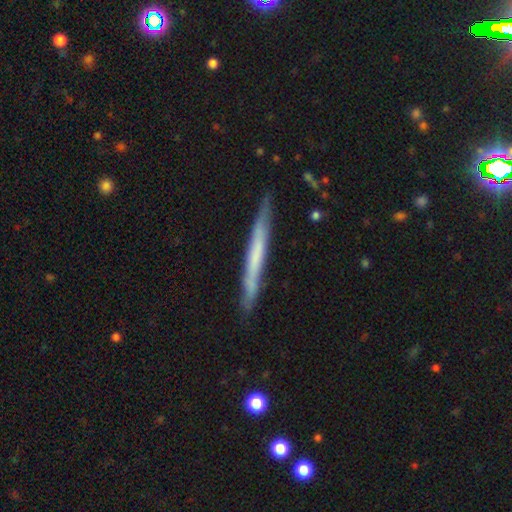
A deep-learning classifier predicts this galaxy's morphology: Smooth or featured? featured or disk (49%)
Merging? none (85%)